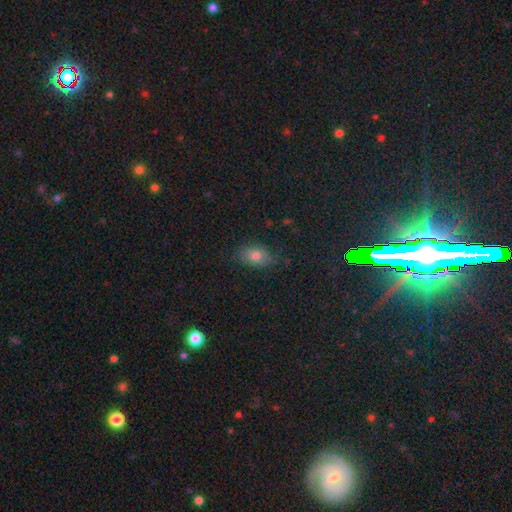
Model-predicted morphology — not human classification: Smooth or featured? Predicted: smooth (p=0.76). How rounded? Predicted: in between (p=0.80). Merging? Predicted: none (p=0.78).